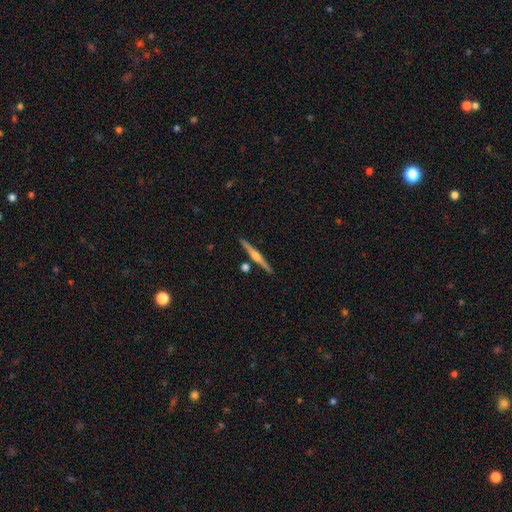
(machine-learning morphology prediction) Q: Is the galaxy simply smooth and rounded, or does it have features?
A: featured or disk — 73%.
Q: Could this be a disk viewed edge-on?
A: yes — 98%.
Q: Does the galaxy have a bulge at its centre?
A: rounded — 86%.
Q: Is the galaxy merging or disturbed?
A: none — 88%.